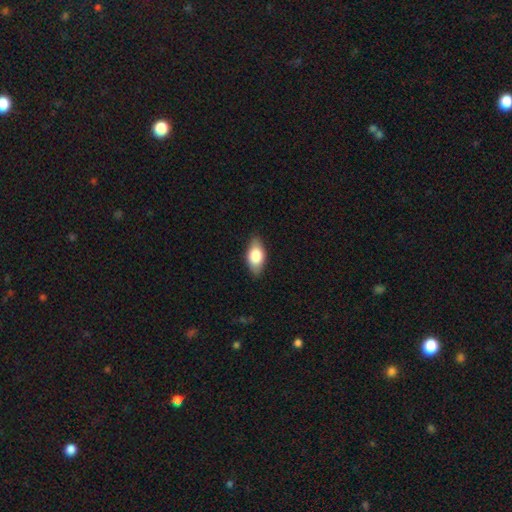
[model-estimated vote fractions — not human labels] smooth_or_featured: smooth (p=0.76) [alt: featured or disk p=0.18]
how_rounded: in between (p=0.90) [alt: cigar-shaped p=0.06]
merging: none (p=0.84) [alt: minor disturbance p=0.12]